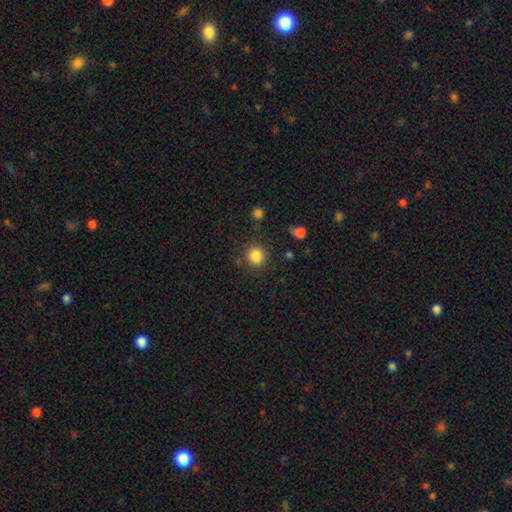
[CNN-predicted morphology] Q: Smooth or featured?
A: smooth (85%); runner-up: star or artifact (11%)
Q: How rounded?
A: round (87%); runner-up: in between (12%)
Q: Merging?
A: none (84%); runner-up: minor disturbance (9%)